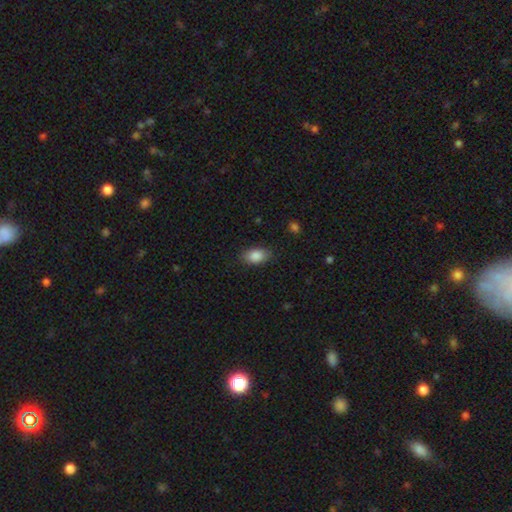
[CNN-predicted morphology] type=smooth (88%); roundness=in between (89%); merging=none (85%).